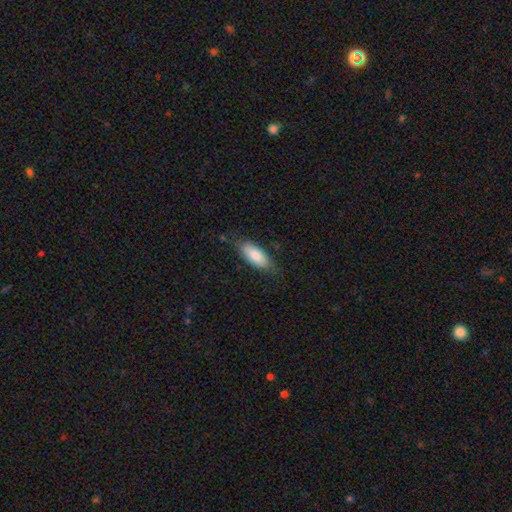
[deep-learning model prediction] A smooth galaxy with no disk features (82%) that is in between round and cigar-shaped (80%). Merging: none (75%).